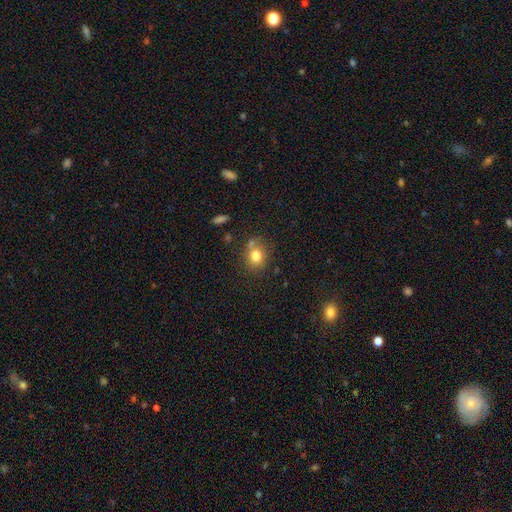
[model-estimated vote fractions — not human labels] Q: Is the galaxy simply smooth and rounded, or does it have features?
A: smooth — 79%.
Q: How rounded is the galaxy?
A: round — 64%.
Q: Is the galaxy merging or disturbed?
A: none — 66%.